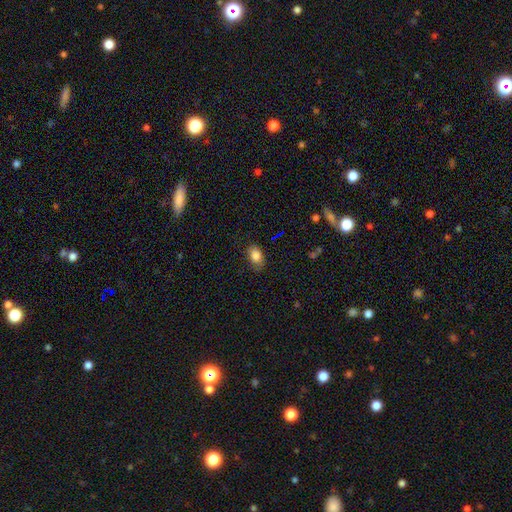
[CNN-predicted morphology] A smooth galaxy with no disk features (84%) that is in between round and cigar-shaped (85%).

Vote fractions:
- Smooth or featured? smooth: 84% / star or artifact: 8% / featured or disk: 8%
- How rounded? in between: 85% / round: 13% / cigar-shaped: 1%
- Merging? none: 75% / minor disturbance: 19% / major disturbance: 4% / merger: 1%